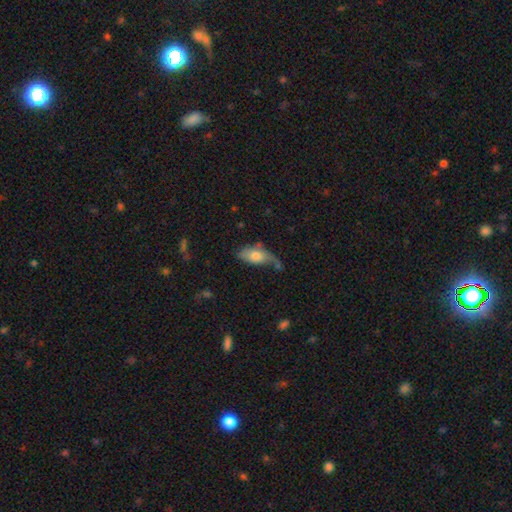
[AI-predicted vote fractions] Q: Smooth or featured?
A: smooth (69%); runner-up: featured or disk (24%)
Q: How rounded?
A: in between (88%); runner-up: cigar-shaped (8%)
Q: Merging?
A: none (36%); runner-up: minor disturbance (31%)